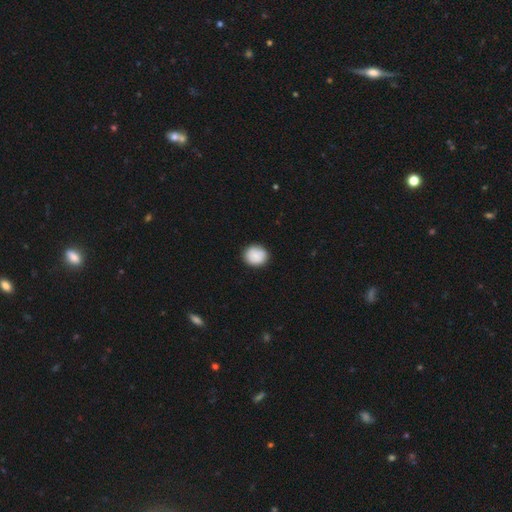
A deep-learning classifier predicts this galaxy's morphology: A smooth galaxy with no disk features (88%) that is round (76%). Merging: none (88%).